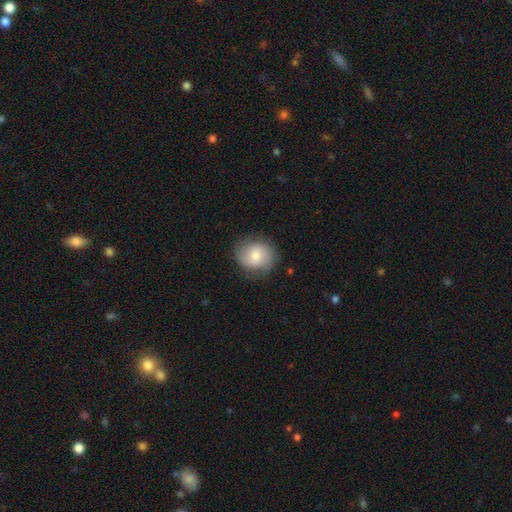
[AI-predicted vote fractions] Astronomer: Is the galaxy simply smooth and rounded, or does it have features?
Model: smooth — 57% (runner-up: featured or disk, 35%).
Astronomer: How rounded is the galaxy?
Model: round — 73%.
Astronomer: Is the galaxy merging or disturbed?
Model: none — 78%.